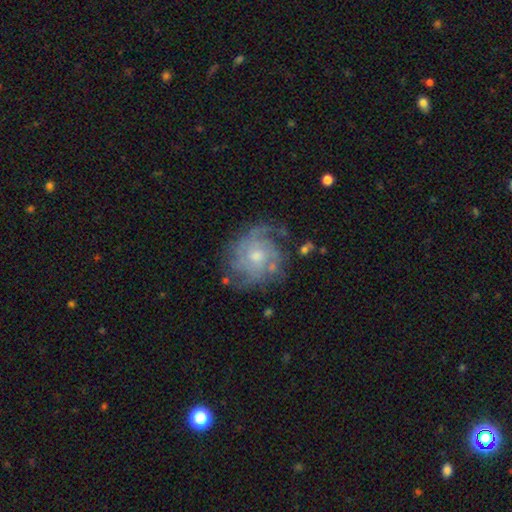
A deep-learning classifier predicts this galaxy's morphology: The model was most divided on "bulge size": moderate: 51%, small: 43%, large: 3%, none: 2%, dominant: 1%. Remaining: edge-on disk — no (98%); spiral arms — yes (91%); smooth or featured — featured or disk (80%); bar — no (77%); merging — none (67%); spiral winding — tight (57%); spiral arm count — can't tell (38%).